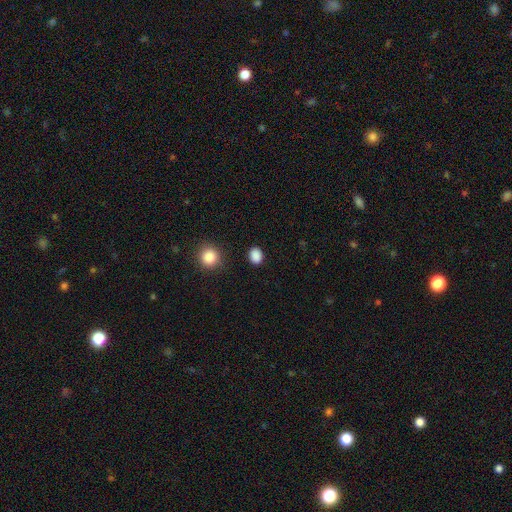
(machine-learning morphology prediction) smooth 87%, star or artifact 10%, featured or disk 3%. Down the decision tree: how rounded — in between (51%); merging — none (88%).